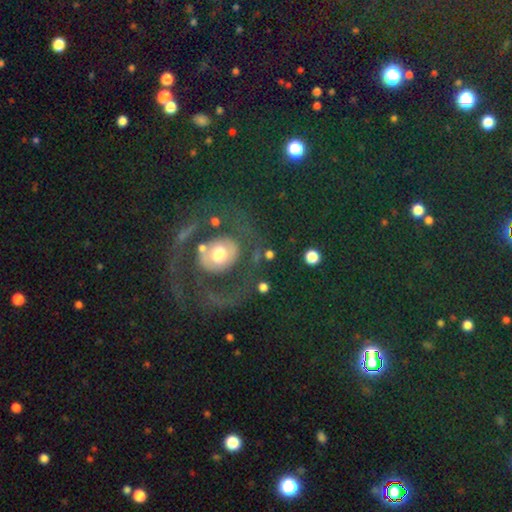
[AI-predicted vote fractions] This appears to be a featured or disk galaxy (53%). Merging: none (69%).